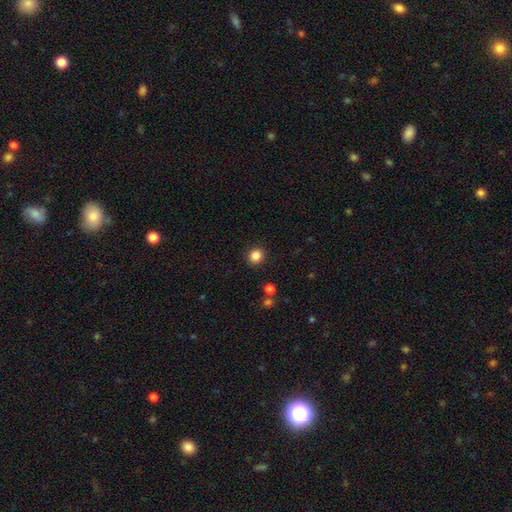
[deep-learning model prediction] Smooth or featured: smooth — 86% (star or artifact — 11%)
How rounded: round — 87% (in between — 12%)
Merging: none — 90% (minor disturbance — 6%)